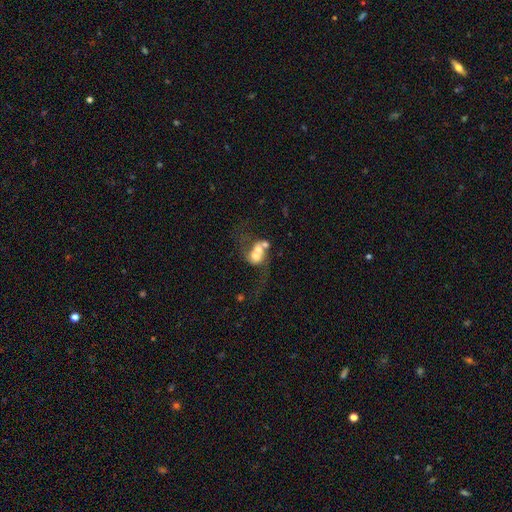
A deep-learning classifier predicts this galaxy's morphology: This appears to be a featured or disk galaxy (53%) with no bar (74%), spiral arms (56%) and a moderate central bulge (40%). Merging: merger (61%).